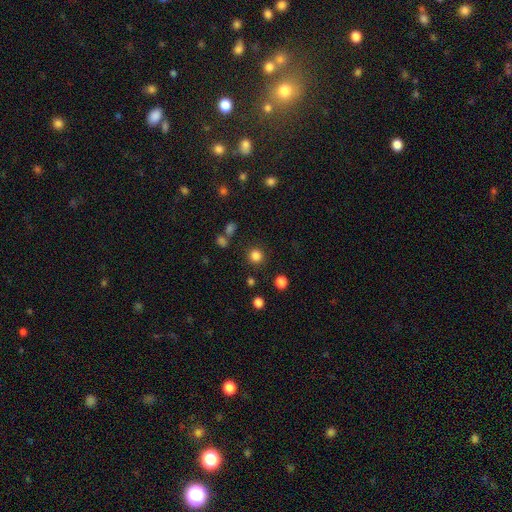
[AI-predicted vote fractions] Smooth or featured? Predicted: smooth (p=0.82). How rounded? Predicted: round (p=0.94). Merging? Predicted: none (p=0.88).